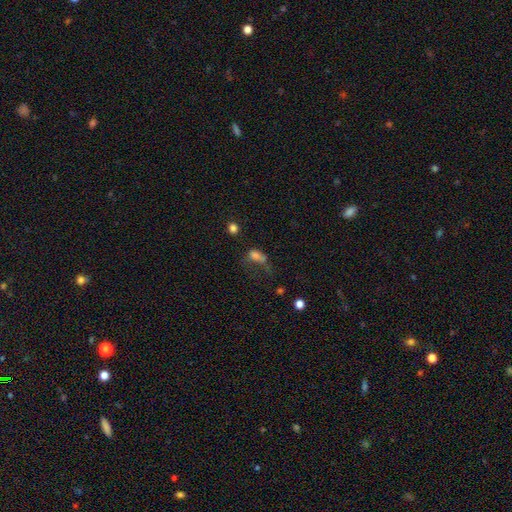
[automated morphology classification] This appears to be a smooth galaxy with no disk features (68%) that is in between round and cigar-shaped (80%). Merging: major disturbance (44%).